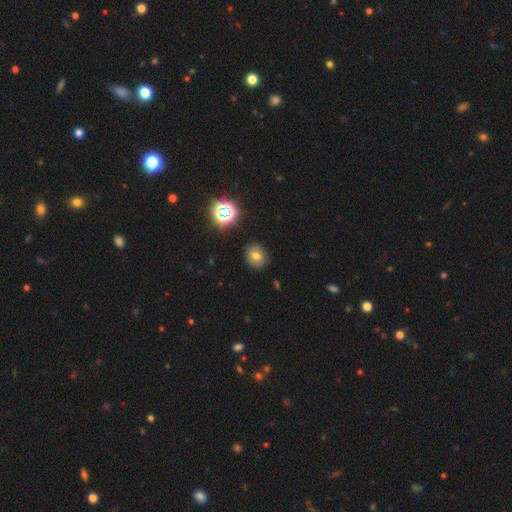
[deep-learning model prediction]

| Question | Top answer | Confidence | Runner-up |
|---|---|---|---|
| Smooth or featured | smooth | 68% | star or artifact (19%) |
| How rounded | round | 72% | in between (27%) |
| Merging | none | 86% | minor disturbance (9%) |